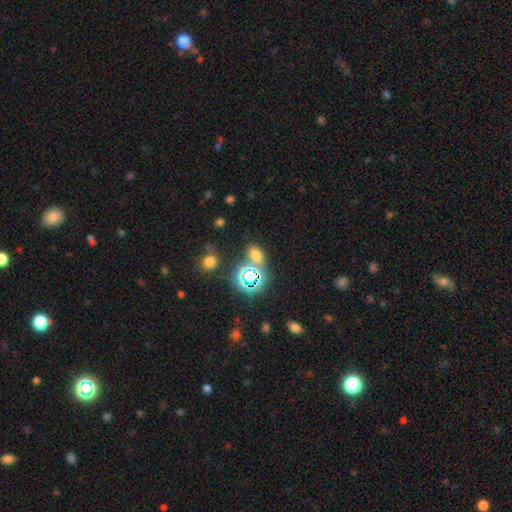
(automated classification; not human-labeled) Smooth or featured? smooth (57%)
How rounded? in between (72%)
Merging? none (70%)